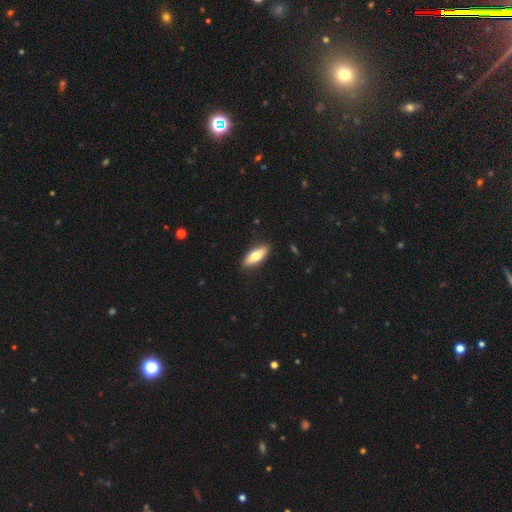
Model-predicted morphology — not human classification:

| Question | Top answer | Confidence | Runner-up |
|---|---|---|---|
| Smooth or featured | smooth | 69% | featured or disk (25%) |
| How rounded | in between | 66% | cigar-shaped (31%) |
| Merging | none | 89% | minor disturbance (8%) |